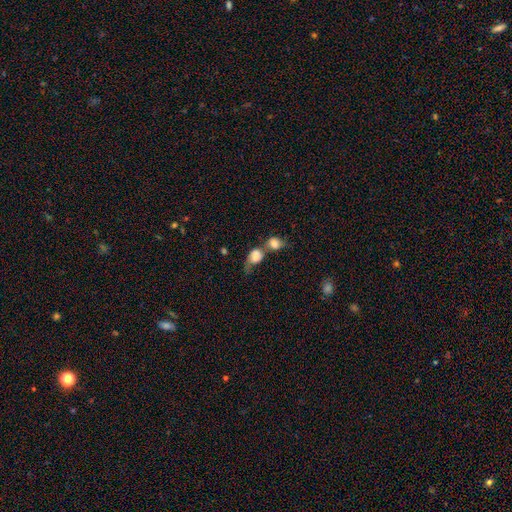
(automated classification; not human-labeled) Smooth or featured: smooth — 77% (featured or disk — 14%)
How rounded: in between — 54% (round — 44%)
Merging: merger — 61% (none — 15%)